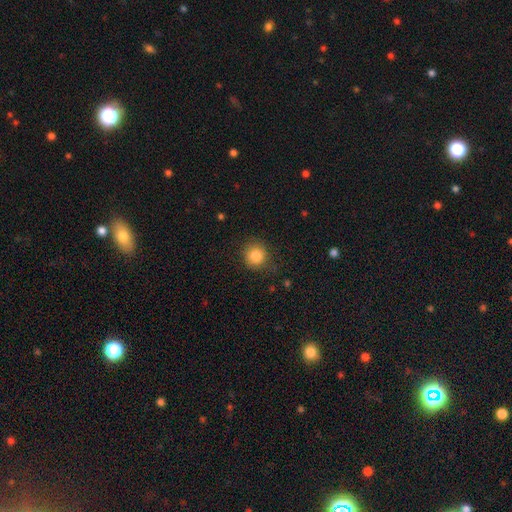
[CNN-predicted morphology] This is clearly a smooth galaxy (85%). How rounded: clearly round (90%). Merging: clearly none (82%).